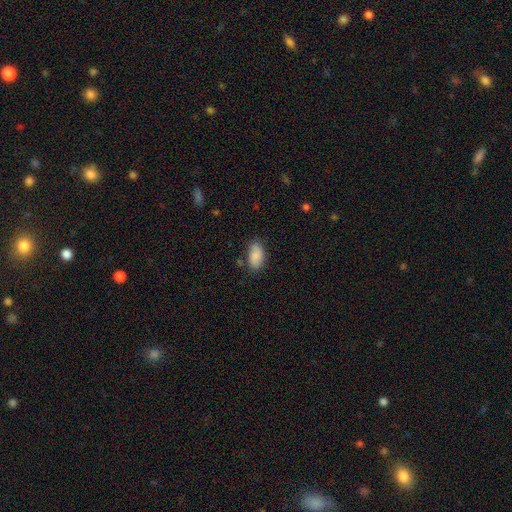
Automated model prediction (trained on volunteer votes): smooth 88%, star or artifact 7%, featured or disk 5%. Down the decision tree: how rounded — in between (93%); merging — none (77%).